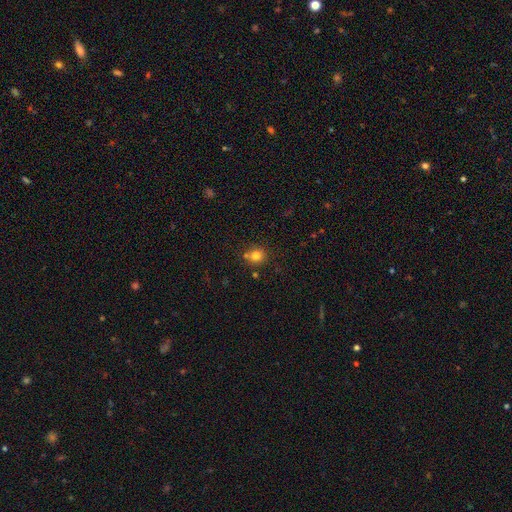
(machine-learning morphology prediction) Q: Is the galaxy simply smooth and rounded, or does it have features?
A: smooth — 80%.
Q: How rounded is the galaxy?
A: round — 85%.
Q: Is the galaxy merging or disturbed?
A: none — 70%.